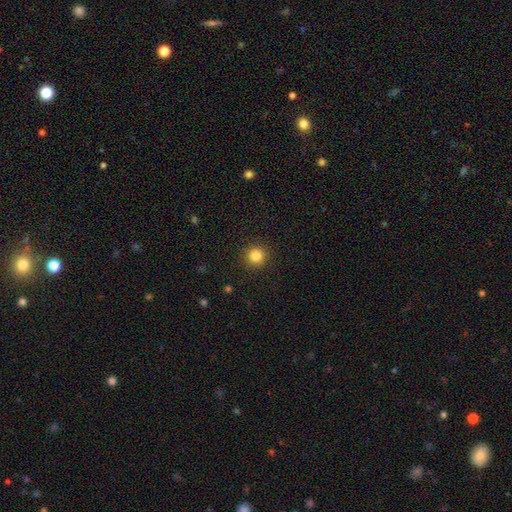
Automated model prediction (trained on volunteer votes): Morphology: type=smooth (84%); roundness=round (95%); merging=none (92%).